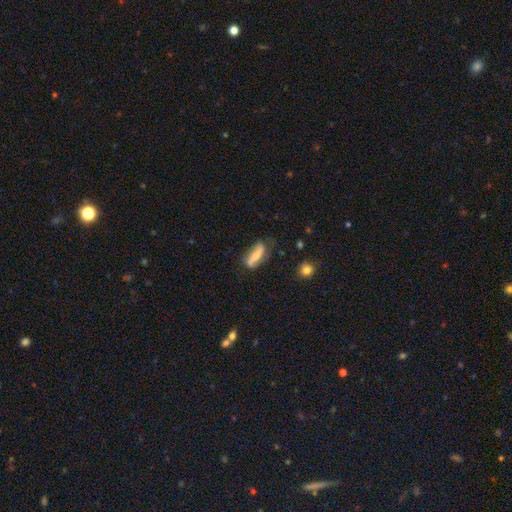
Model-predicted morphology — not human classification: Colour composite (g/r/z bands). It shows a featured or disk galaxy (55%). Merging: none (63%).